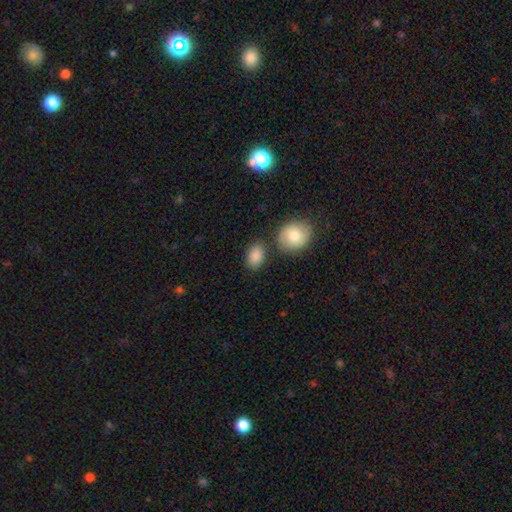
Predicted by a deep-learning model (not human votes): A smooth galaxy with no disk features (88%) that is in between round and cigar-shaped (84%). Merging: none (74%).